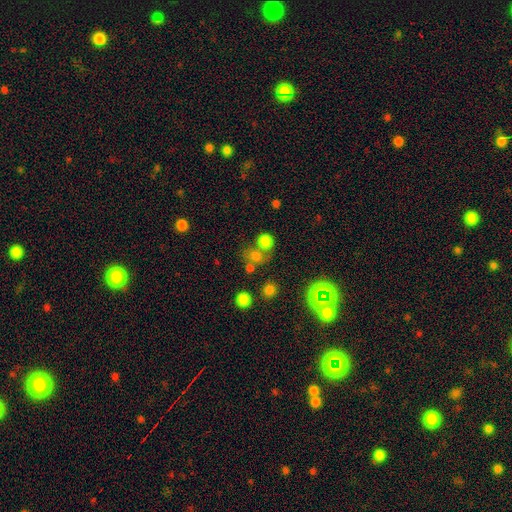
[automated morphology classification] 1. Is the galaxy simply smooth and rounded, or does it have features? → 69% smooth, 22% star or artifact, 9% featured or disk.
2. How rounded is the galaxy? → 81% round, 18% in between, 1% cigar-shaped.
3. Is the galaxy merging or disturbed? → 54% none, 30% merger, 9% minor disturbance, 6% major disturbance.